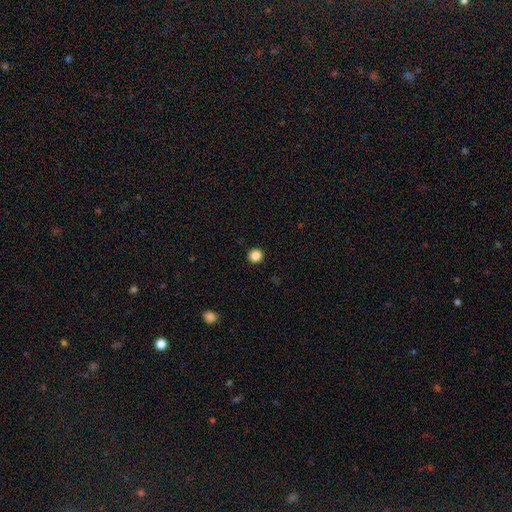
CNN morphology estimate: smooth 86%, star or artifact 11%, featured or disk 3%. Down the decision tree: how rounded — round (94%); merging — none (93%).